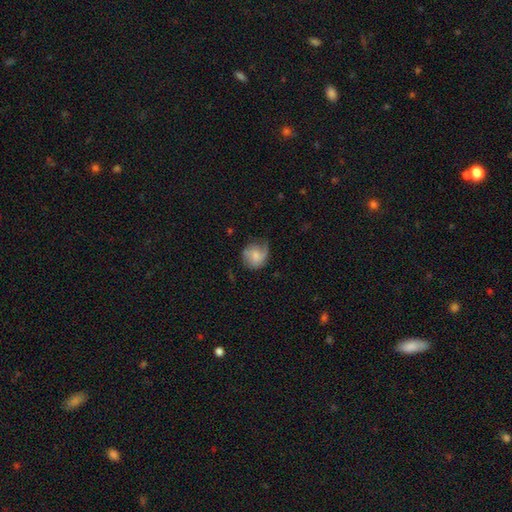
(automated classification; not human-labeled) Smooth or featured?
  - smooth: 54% *
  - featured or disk: 38%
  - star or artifact: 7%
How rounded?
  - round: 73% *
  - in between: 26%
  - cigar-shaped: 1%
Merging?
  - none: 53% *
  - minor disturbance: 30%
  - major disturbance: 15%
  - merger: 2%